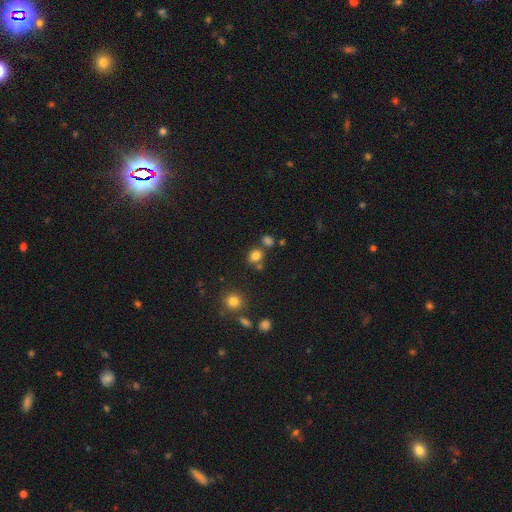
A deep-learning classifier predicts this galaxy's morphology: Smooth or featured: smooth — 79% (star or artifact — 15%)
How rounded: round — 74% (in between — 25%)
Merging: none — 69% (merger — 16%)